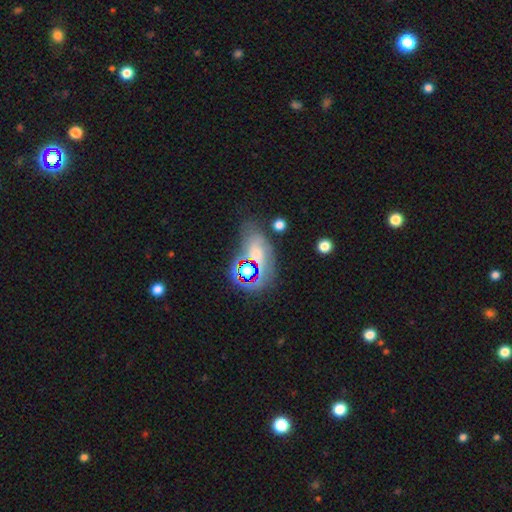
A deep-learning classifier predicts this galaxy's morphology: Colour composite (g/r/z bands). It shows a smooth galaxy with no disk features (39%). Merging: none (55%).